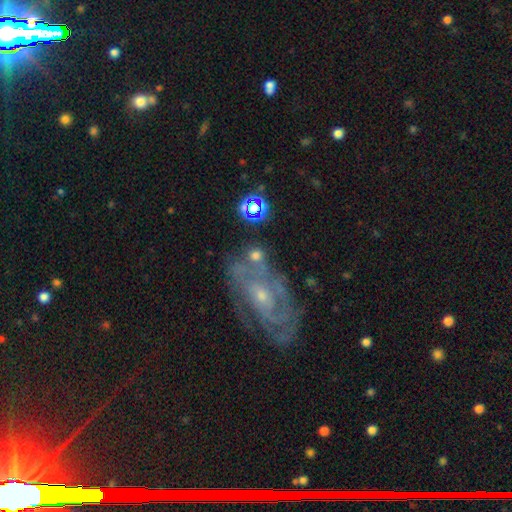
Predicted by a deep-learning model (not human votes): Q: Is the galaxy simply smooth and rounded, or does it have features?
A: smooth — 47%.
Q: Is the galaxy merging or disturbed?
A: none — 53%.